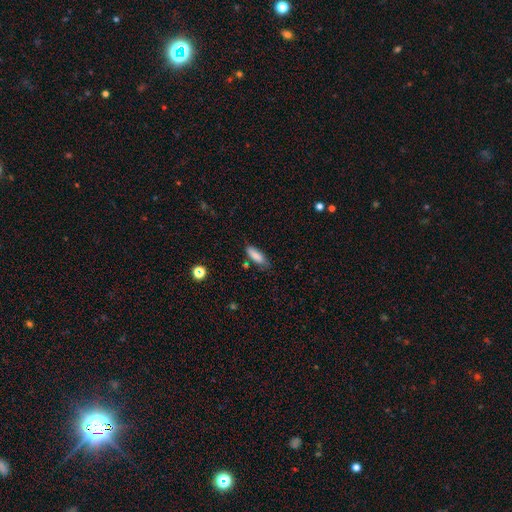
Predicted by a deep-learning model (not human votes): The model was most divided on "how rounded": in between: 58%, cigar-shaped: 40%, round: 2%. More confident: smooth or featured — smooth (83%); merging — none (70%).